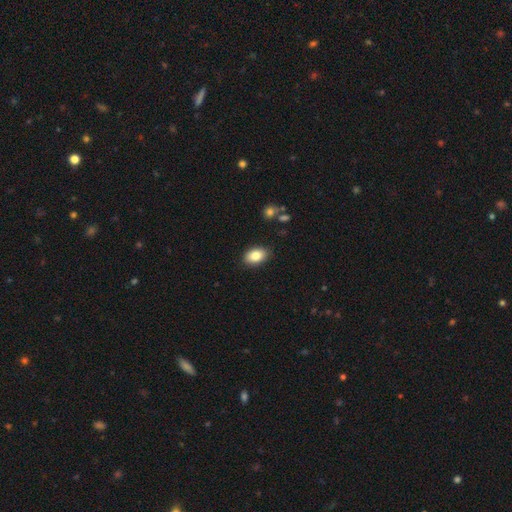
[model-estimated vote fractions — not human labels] The model was most divided on "smooth or featured": smooth: 83%, featured or disk: 9%, star or artifact: 8%. More confident: how rounded — in between (89%); merging — none (87%).